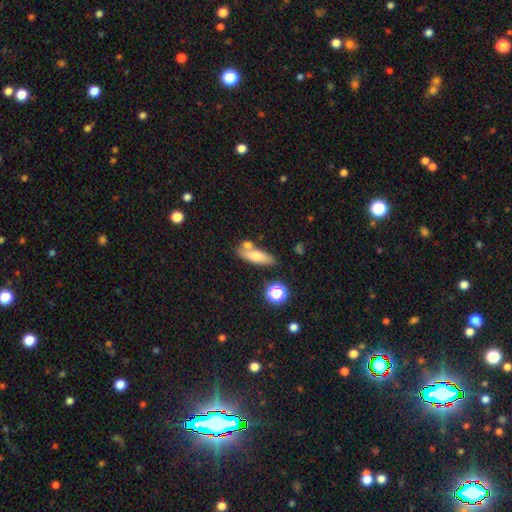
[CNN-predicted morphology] Q: Smooth or featured?
A: smooth (70%); runner-up: featured or disk (21%)
Q: How rounded?
A: in between (56%); runner-up: cigar-shaped (39%)
Q: Merging?
A: none (59%); runner-up: merger (20%)